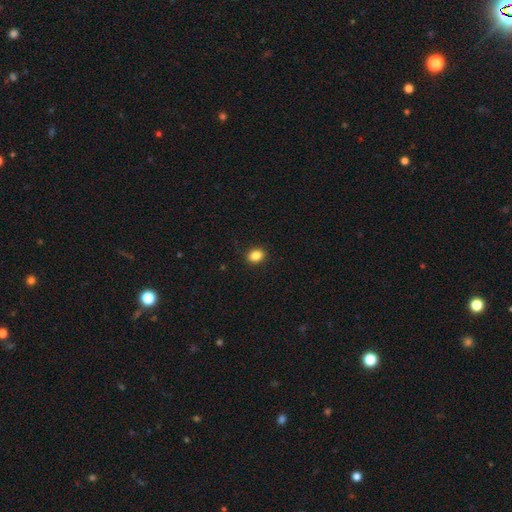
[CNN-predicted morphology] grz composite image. It shows a smooth galaxy with no disk features (85%) that is round (50%). Merging: none (90%).